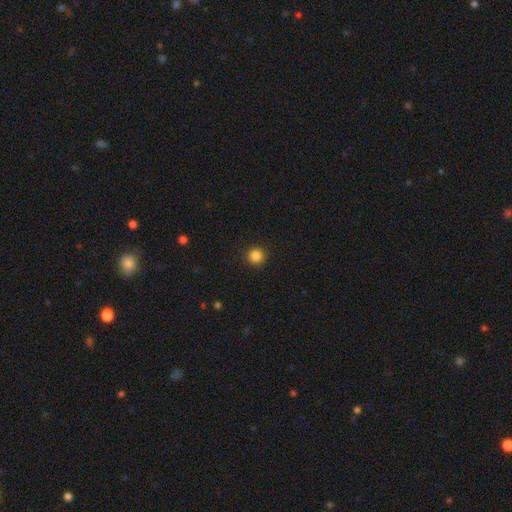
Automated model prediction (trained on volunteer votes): A smooth galaxy with no disk features (84%) that is round (95%).

Vote fractions:
- Smooth or featured? smooth: 84% / star or artifact: 12% / featured or disk: 4%
- How rounded? round: 95% / in between: 4% / cigar-shaped: 1%
- Merging? none: 93% / minor disturbance: 5% / major disturbance: 2% / merger: 1%